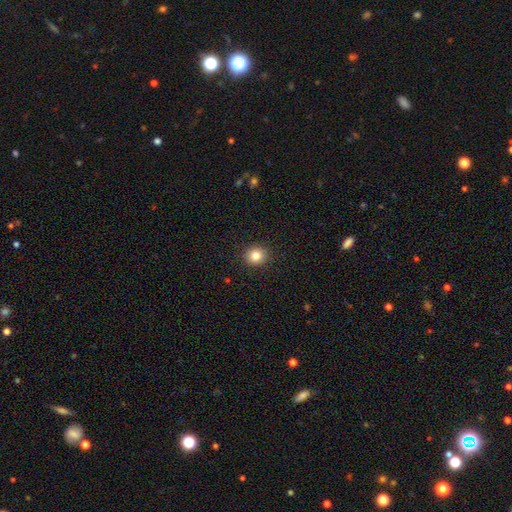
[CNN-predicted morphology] Smooth or featured? smooth (84%)
How rounded? round (87%)
Merging? none (91%)